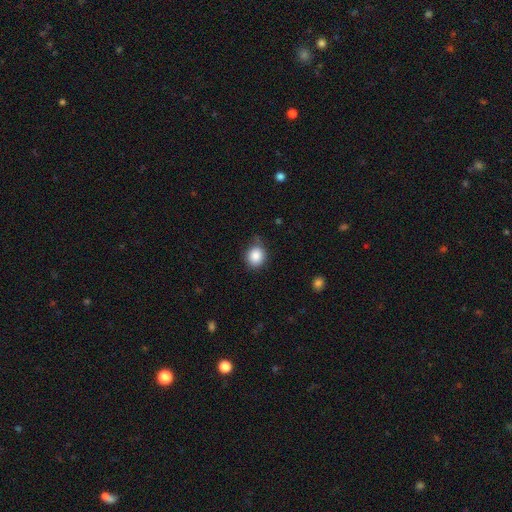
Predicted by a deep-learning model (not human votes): Q: Smooth or featured?
A: smooth (87%); runner-up: star or artifact (9%)
Q: How rounded?
A: round (76%); runner-up: in between (23%)
Q: Merging?
A: none (73%); runner-up: minor disturbance (20%)